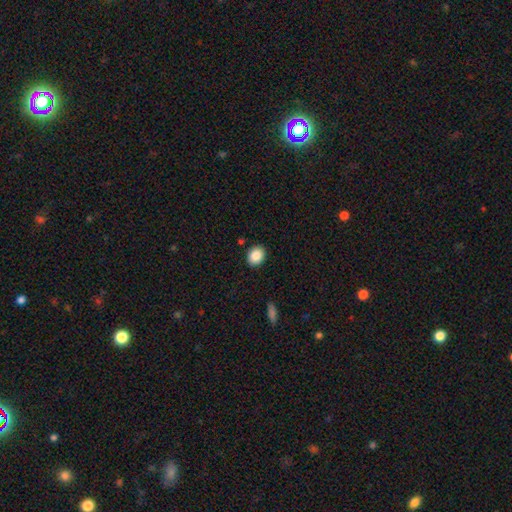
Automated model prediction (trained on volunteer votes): Smooth or featured: smooth — 86% (star or artifact — 8%)
How rounded: in between — 50% (round — 49%)
Merging: none — 89% (minor disturbance — 8%)